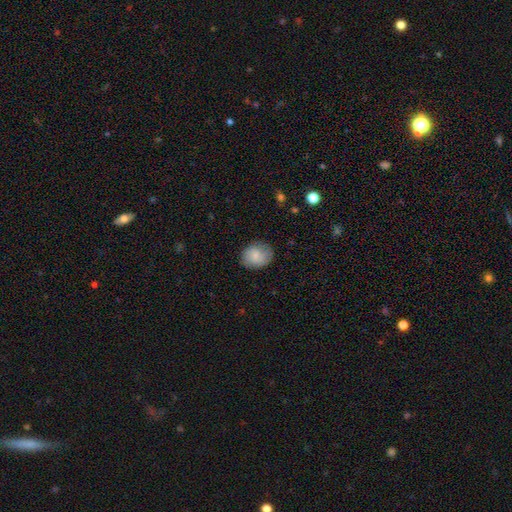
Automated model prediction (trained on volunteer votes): The model was most divided on "how rounded": round: 58%, in between: 41%, cigar-shaped: 1%. More confident: smooth or featured — smooth (81%); merging — none (78%).